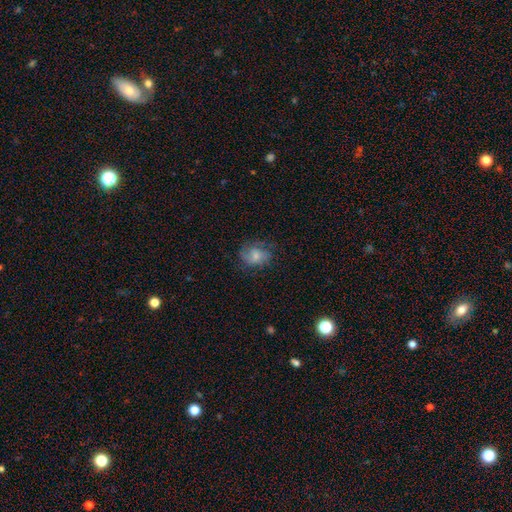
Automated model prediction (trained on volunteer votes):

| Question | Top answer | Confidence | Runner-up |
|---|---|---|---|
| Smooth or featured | smooth | 61% | featured or disk (30%) |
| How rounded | round | 51% | in between (48%) |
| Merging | none | 59% | minor disturbance (25%) |